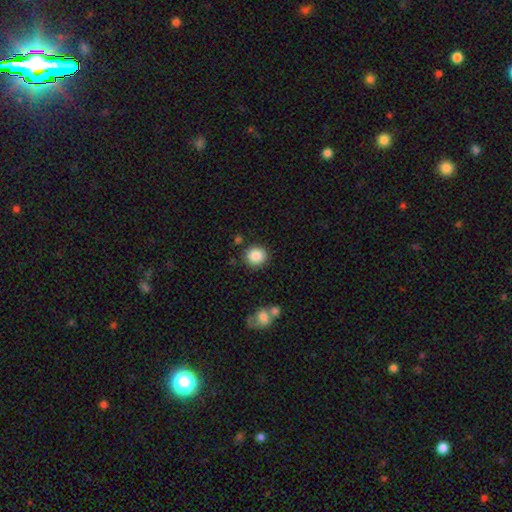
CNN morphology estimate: This is clearly a smooth galaxy (87%). How rounded: clearly round (89%). Merging: clearly none (85%).